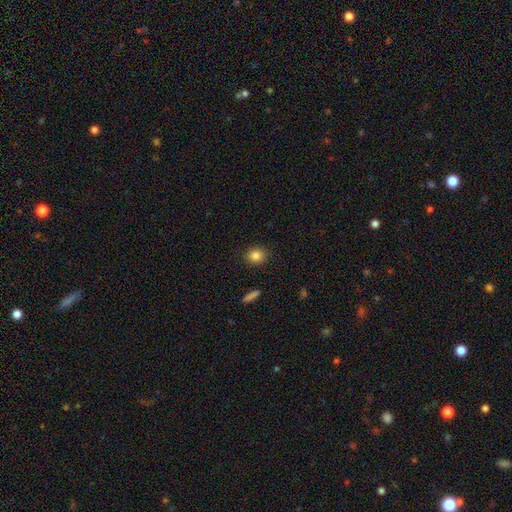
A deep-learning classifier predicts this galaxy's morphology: Overall: smooth (84%). How rounded: round (73%). Merging: none (90%).